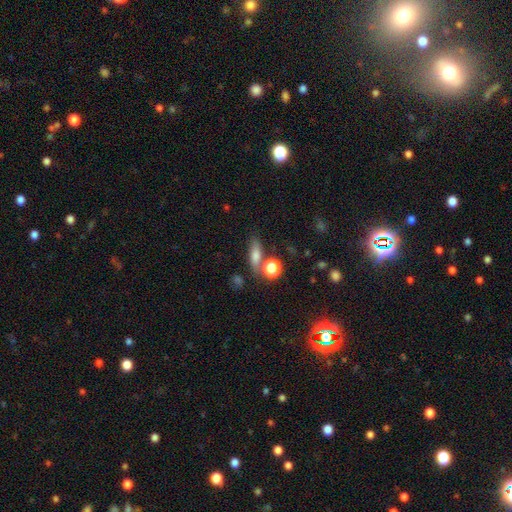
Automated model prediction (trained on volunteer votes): Overall: smooth (72%). How rounded: in between (53%; cigar-shaped 33%). Merging: none (67%).